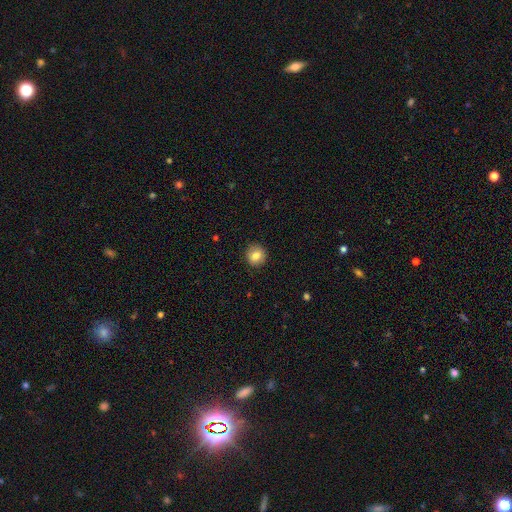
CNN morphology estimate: Smooth or featured?
  - smooth: 82% *
  - star or artifact: 9%
  - featured or disk: 9%
How rounded?
  - round: 89% *
  - in between: 10%
  - cigar-shaped: 1%
Merging?
  - none: 90% *
  - minor disturbance: 7%
  - major disturbance: 2%
  - merger: 1%